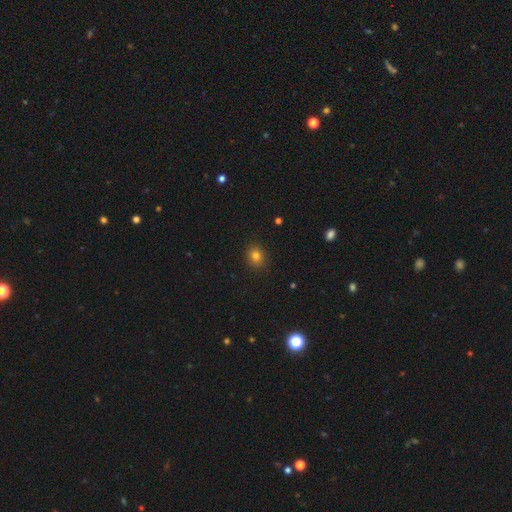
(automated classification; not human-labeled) This appears to be a smooth galaxy with no disk features (80%) that is round (70%). Merging: none (90%).